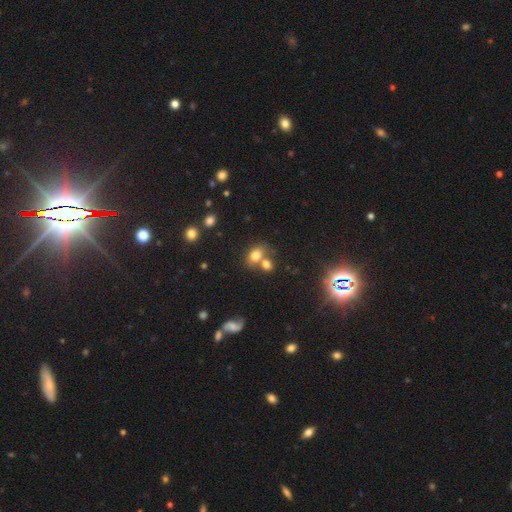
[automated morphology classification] This appears to be a smooth galaxy with no disk features (76%) that is in between round and cigar-shaped (73%). Merging: none (44%).